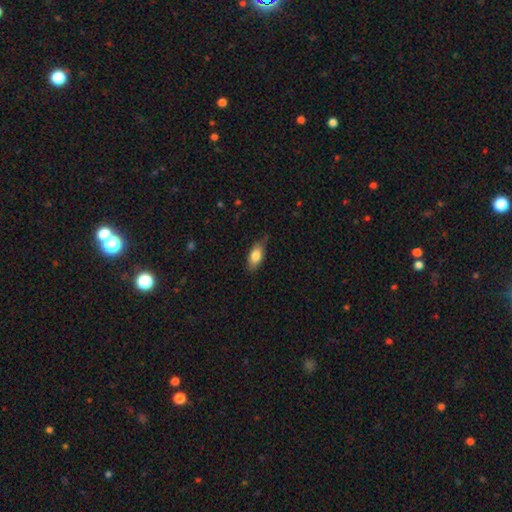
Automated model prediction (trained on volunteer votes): Q: Smooth or featured?
A: smooth (79%); runner-up: featured or disk (14%)
Q: How rounded?
A: in between (85%); runner-up: cigar-shaped (11%)
Q: Merging?
A: none (68%); runner-up: minor disturbance (26%)